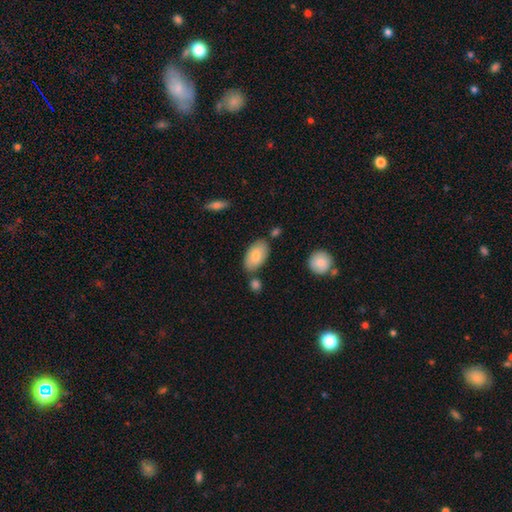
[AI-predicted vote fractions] This is likely a smooth galaxy (78%). How rounded: clearly in between (94%). Merging: likely none (70%).